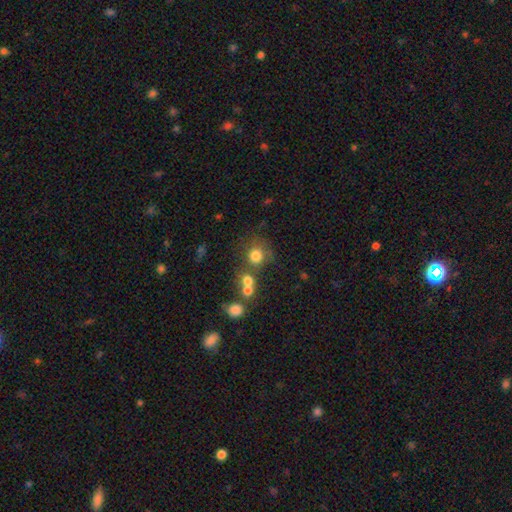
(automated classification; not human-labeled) Smooth or featured?
  - smooth: 76% *
  - star or artifact: 14%
  - featured or disk: 10%
How rounded?
  - round: 86% *
  - in between: 13%
  - cigar-shaped: 1%
Merging?
  - none: 57% *
  - merger: 24%
  - minor disturbance: 12%
  - major disturbance: 7%